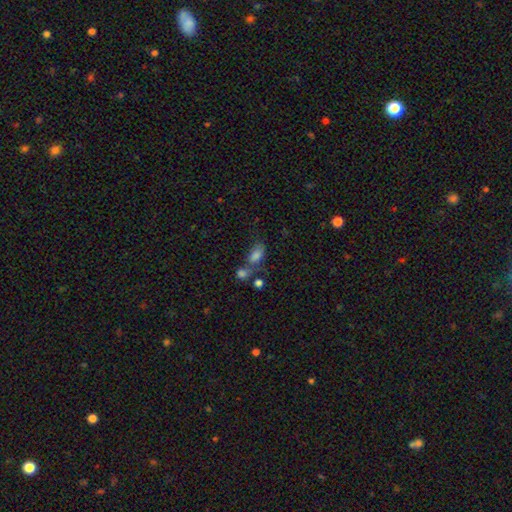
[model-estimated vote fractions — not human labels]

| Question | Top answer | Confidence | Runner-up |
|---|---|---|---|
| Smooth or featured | smooth | 72% | star or artifact (15%) |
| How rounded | in between | 86% | round (10%) |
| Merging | merger | 42% | none (32%) |